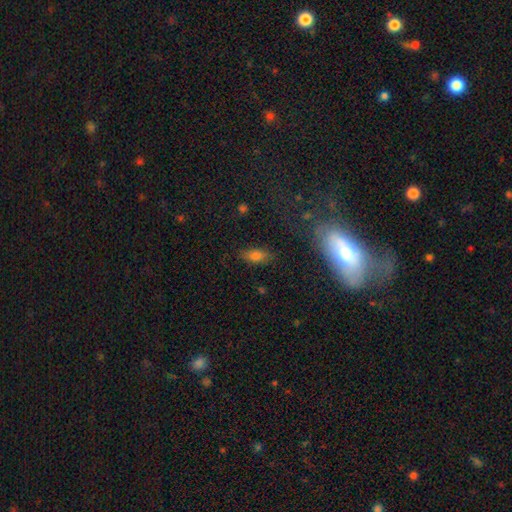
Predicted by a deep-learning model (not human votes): A smooth galaxy with no disk features (70%) that is in between round and cigar-shaped (81%). Merging: none (83%).